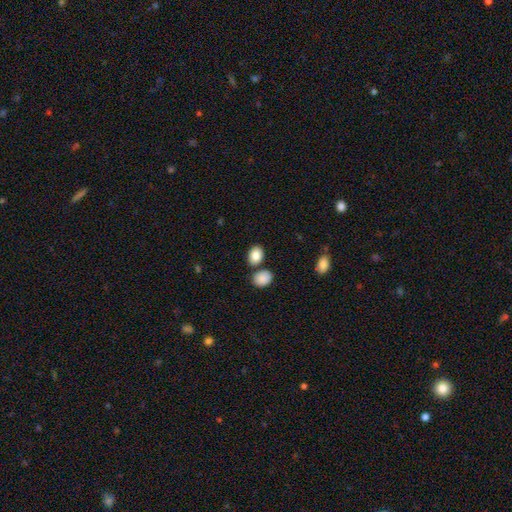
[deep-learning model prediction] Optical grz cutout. It shows a smooth galaxy with no disk features (86%) that is in between round and cigar-shaped (73%). Merging: none (73%).